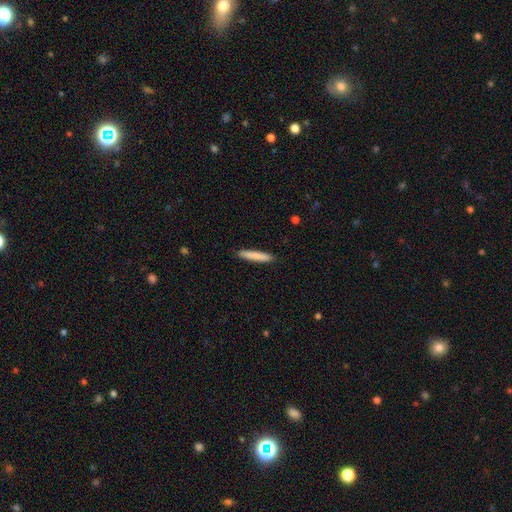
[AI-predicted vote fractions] smooth-or-featured: smooth: 82% | featured or disk: 12% | star or artifact: 6%
  how-rounded: cigar-shaped: 93% | in between: 5% | round: 1%
  merging: none: 89% | minor disturbance: 8% | major disturbance: 2% | merger: 1%